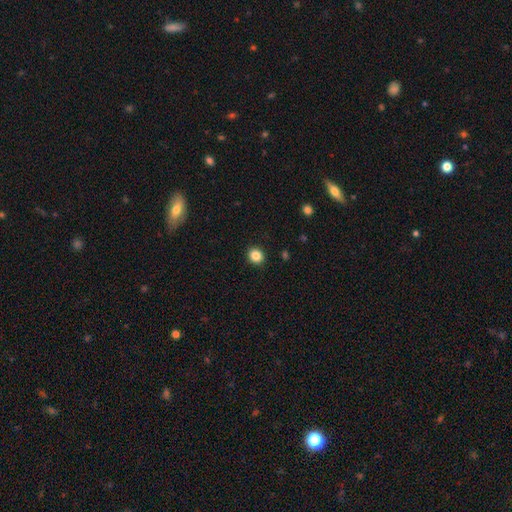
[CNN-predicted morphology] type=smooth (85%); roundness=round (83%); merging=none (92%).